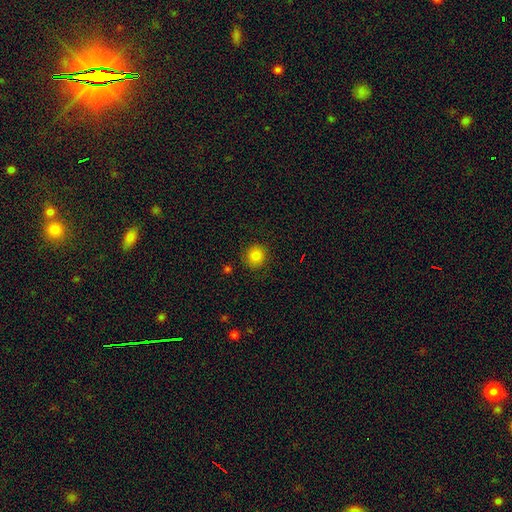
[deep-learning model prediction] Smooth or featured? Predicted: smooth (p=0.83). How rounded? Predicted: round (p=0.89). Merging? Predicted: none (p=0.87).